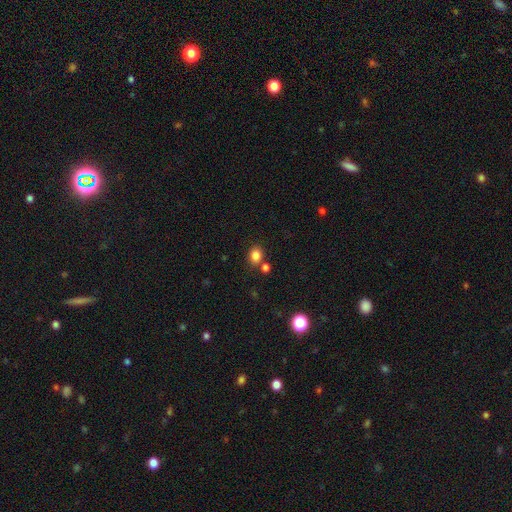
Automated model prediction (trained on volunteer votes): Smooth or featured? smooth (83%)
How rounded? in between (50%)
Merging? none (71%)